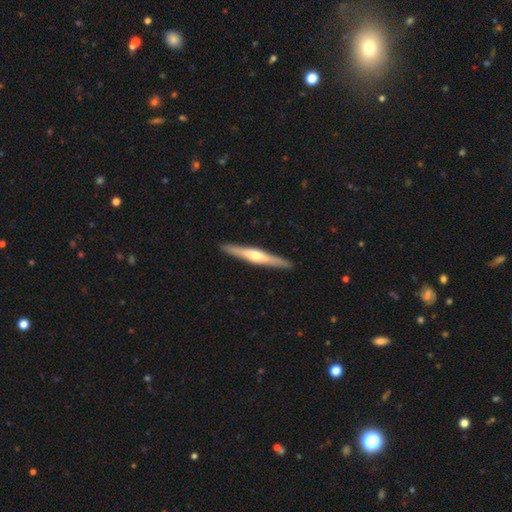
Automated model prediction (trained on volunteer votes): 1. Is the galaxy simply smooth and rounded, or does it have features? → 68% featured or disk, 27% smooth, 5% star or artifact.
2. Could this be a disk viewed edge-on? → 97% yes, 3% no.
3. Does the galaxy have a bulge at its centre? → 90% rounded, 6% none, 4% boxy.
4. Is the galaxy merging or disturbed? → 92% none, 6% minor disturbance, 1% major disturbance, 1% merger.